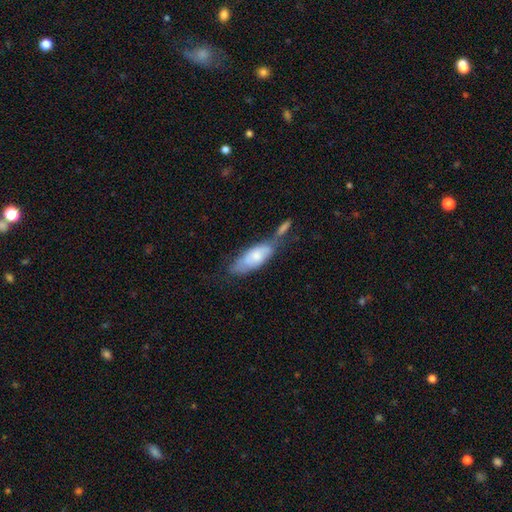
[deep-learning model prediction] The model was most divided on "merging": merger: 39%, none: 30%, minor disturbance: 20%, major disturbance: 11%. More confident: how rounded — in between (70%); smooth or featured — smooth (62%).